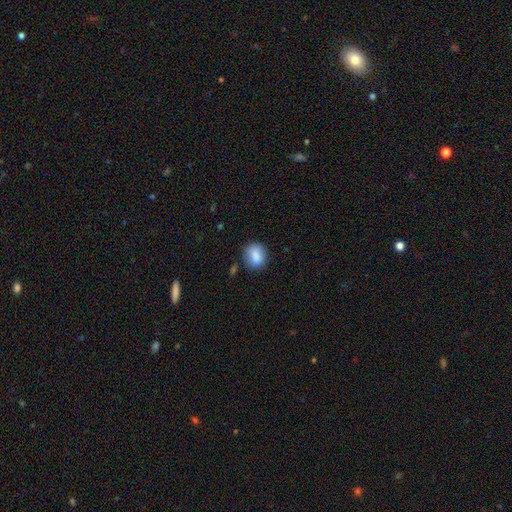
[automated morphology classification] This appears to be a smooth galaxy with no disk features (85%) that is round (59%). Merging: none (76%).